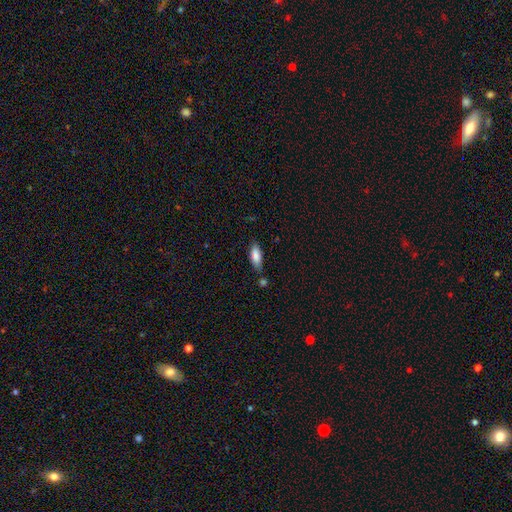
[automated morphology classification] This appears to be a smooth galaxy with no disk features (83%) that is in between round and cigar-shaped (73%). Merging: none (68%).